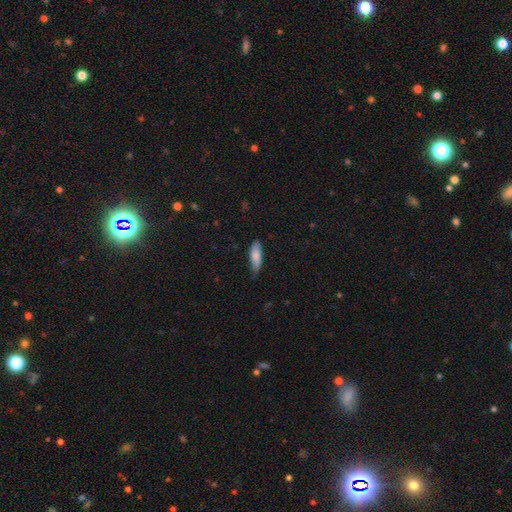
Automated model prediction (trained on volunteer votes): A smooth galaxy with no disk features (82%) that is in between round and cigar-shaped (53%). Merging: none (68%).